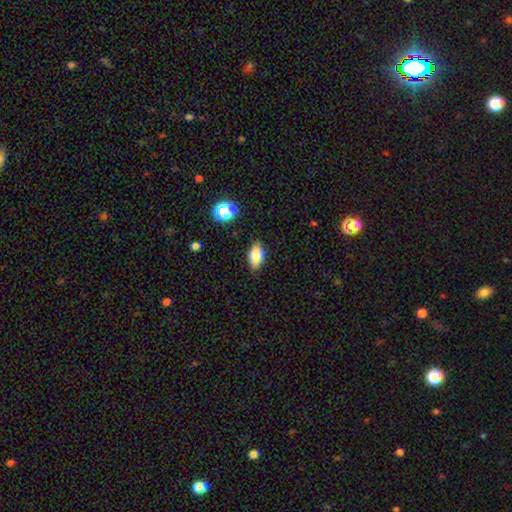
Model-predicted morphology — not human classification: smooth-or-featured: smooth: 80% | featured or disk: 11% | star or artifact: 10%
  how-rounded: in between: 89% | round: 8% | cigar-shaped: 4%
  merging: none: 84% | minor disturbance: 12% | major disturbance: 2% | merger: 1%